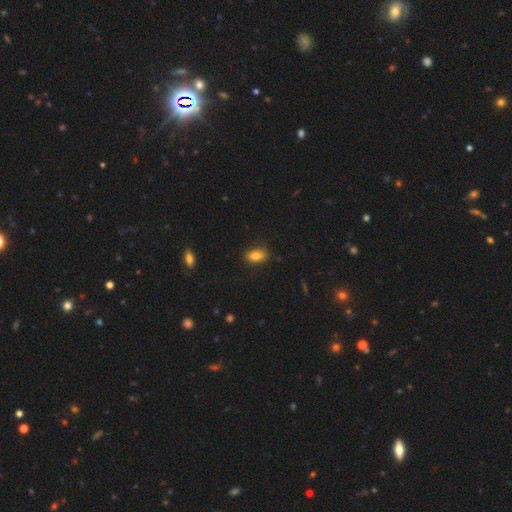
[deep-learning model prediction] Morphology: type=smooth (85%); roundness=in between (89%); merging=none (85%).